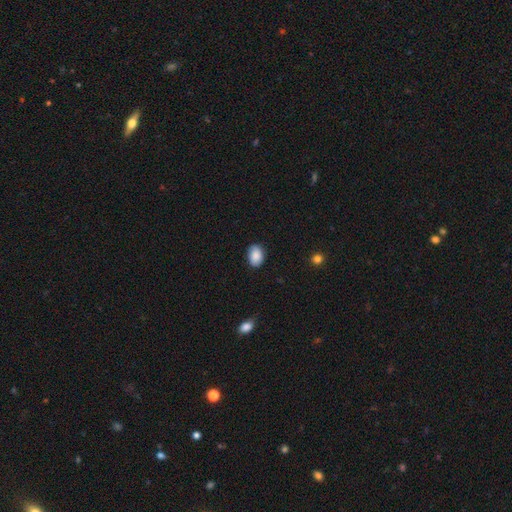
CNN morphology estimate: smooth 89%, star or artifact 7%, featured or disk 5%. Down the decision tree: how rounded — in between (80%); merging — none (83%).